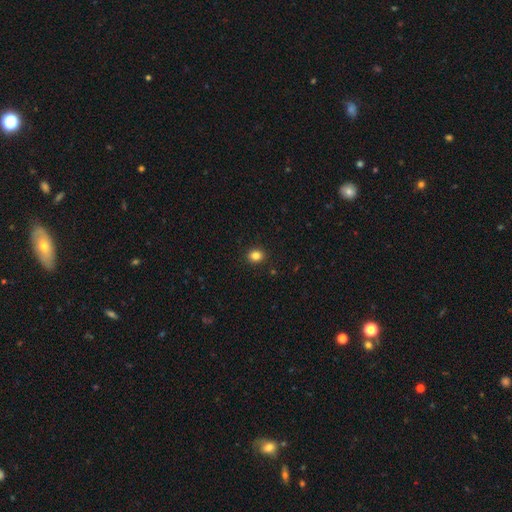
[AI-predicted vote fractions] This is clearly a smooth galaxy (84%). How rounded: likely round (62%). Merging: clearly none (91%).